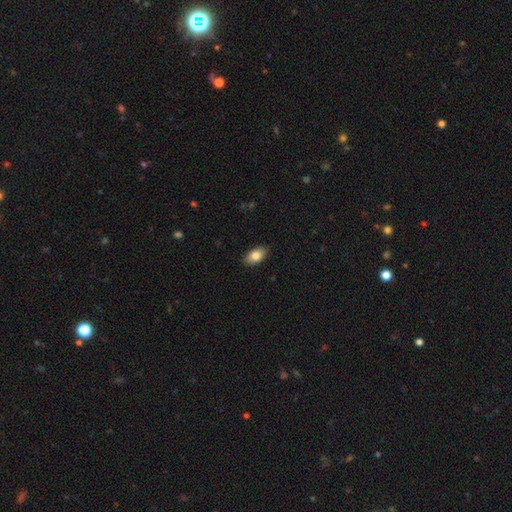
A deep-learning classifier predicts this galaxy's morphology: Smooth or featured: smooth — 82% (featured or disk — 11%)
How rounded: in between — 92% (round — 6%)
Merging: none — 88% (minor disturbance — 9%)